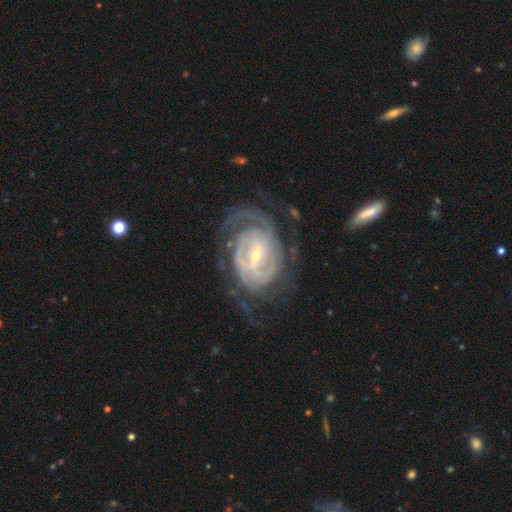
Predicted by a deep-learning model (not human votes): Smooth or featured: featured or disk — 90% (smooth — 5%)
Edge-on disk: no — 97% (yes — 3%)
Bar: weak — 43% (strong — 32%)
Spiral arms: yes — 96% (no — 4%)
Spiral winding: tight — 63% (medium — 29%)
Spiral arm count: 2 — 32% (can't tell — 28%)
Bulge size: small — 68% (moderate — 28%)
Merging: none — 63% (minor disturbance — 18%)